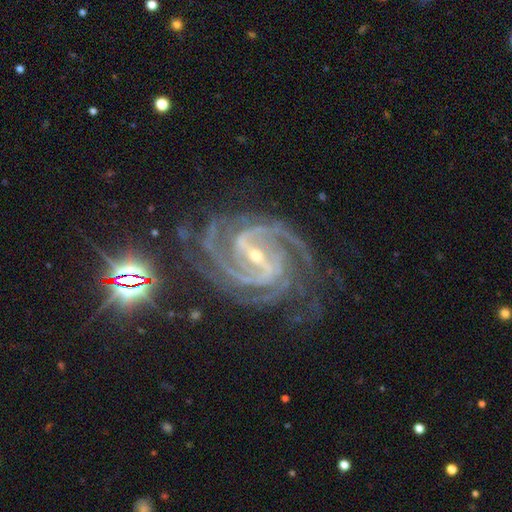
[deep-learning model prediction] A featured or disk galaxy (93%) with a strong bar (62%), 3 (26%, tied with 4) tight (58%) spiral arms (99%) and a small central bulge (73%).

Vote fractions:
- Smooth or featured? featured or disk: 93% / star or artifact: 5% / smooth: 2%
- Edge-on disk? no: 98% / yes: 2%
- Bar? strong: 62% / weak: 29% / no: 9%
- Spiral arms? yes: 99% / no: 1%
- Spiral winding? tight: 58% / medium: 37% / loose: 4%
- Spiral arm count? 3: 26% (tied) / 4: 26% (tied) / 2: 21% / more than 4: 10% / can't tell: 10% / 1: 8%
- Bulge size? small: 73% / moderate: 24% / none: 1% / large: 1% / dominant: 1%
- Merging? none: 72% / minor disturbance: 17% / major disturbance: 9% / merger: 2%